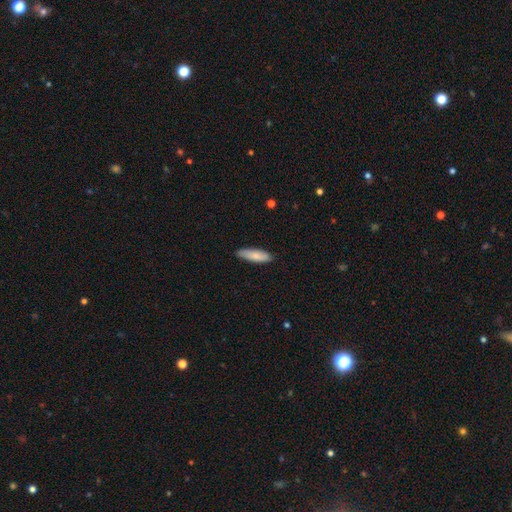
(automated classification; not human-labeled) Smooth or featured: smooth — 81% (featured or disk — 13%)
How rounded: cigar-shaped — 55% (in between — 43%)
Merging: none — 85% (minor disturbance — 12%)